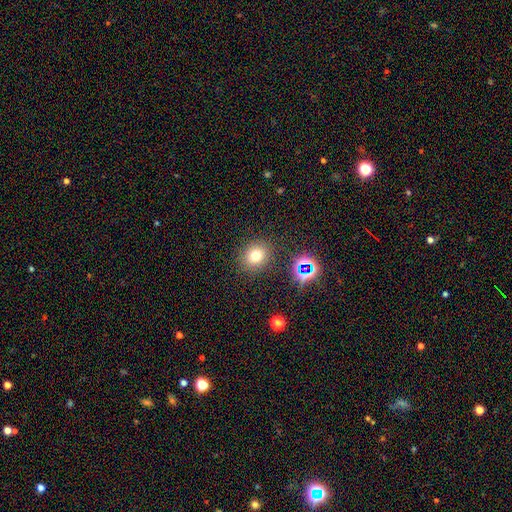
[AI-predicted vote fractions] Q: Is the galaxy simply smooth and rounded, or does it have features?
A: smooth — 72%.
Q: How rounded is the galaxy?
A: round — 72%.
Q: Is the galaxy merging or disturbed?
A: none — 86%.